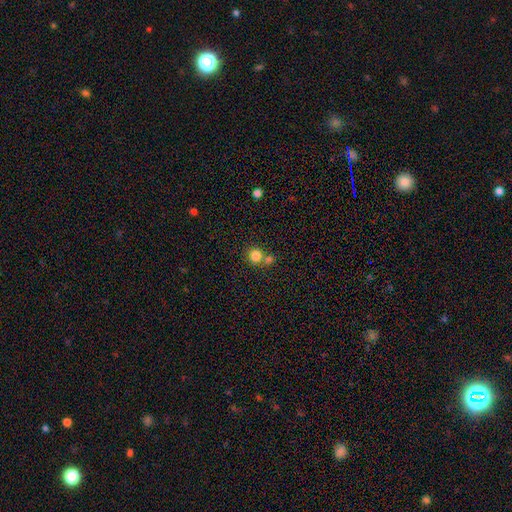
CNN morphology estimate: Smooth or featured: smooth — 82% (star or artifact — 12%)
How rounded: round — 91% (in between — 8%)
Merging: none — 57% (merger — 33%)